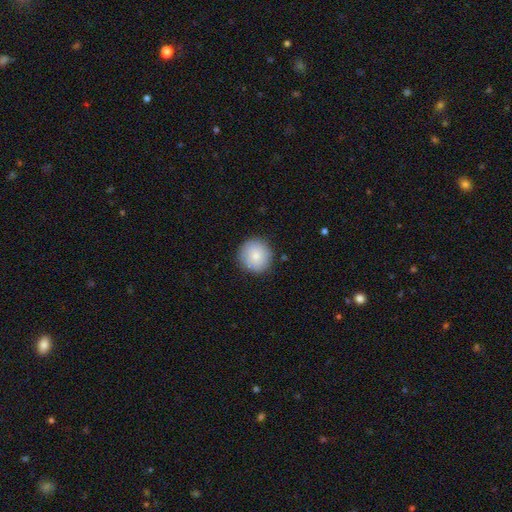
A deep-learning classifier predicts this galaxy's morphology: Q: Smooth or featured?
A: smooth (81%); runner-up: featured or disk (12%)
Q: How rounded?
A: round (94%); runner-up: in between (5%)
Q: Merging?
A: none (87%); runner-up: minor disturbance (9%)